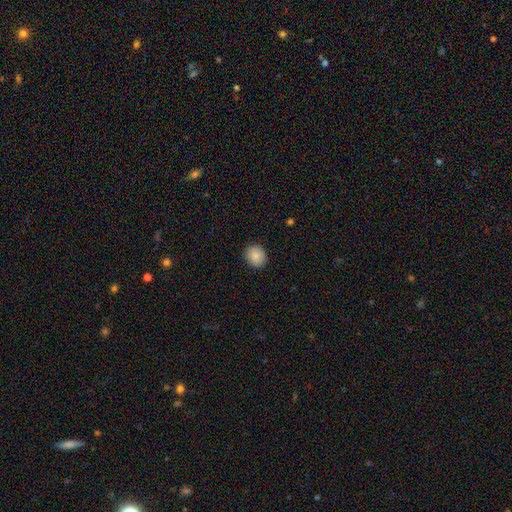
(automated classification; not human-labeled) Smooth or featured? smooth (87%)
How rounded? round (77%)
Merging? none (90%)